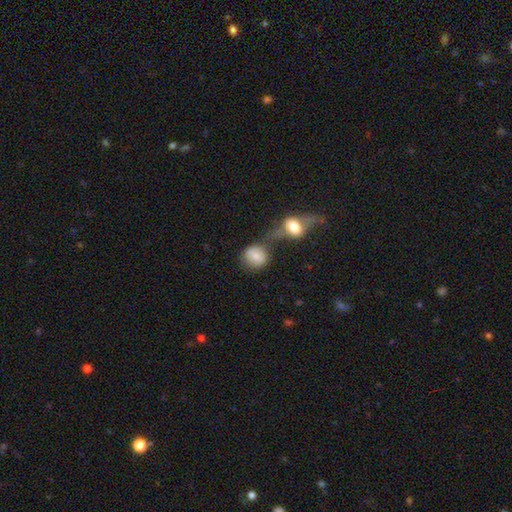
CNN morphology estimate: A smooth galaxy with no disk features (76%) that is round (78%).

Vote fractions:
- Smooth or featured? smooth: 76% / featured or disk: 15% / star or artifact: 9%
- How rounded? round: 78% / in between: 21% / cigar-shaped: 1%
- Merging? none: 43% / merger: 36% / minor disturbance: 12% / major disturbance: 9%